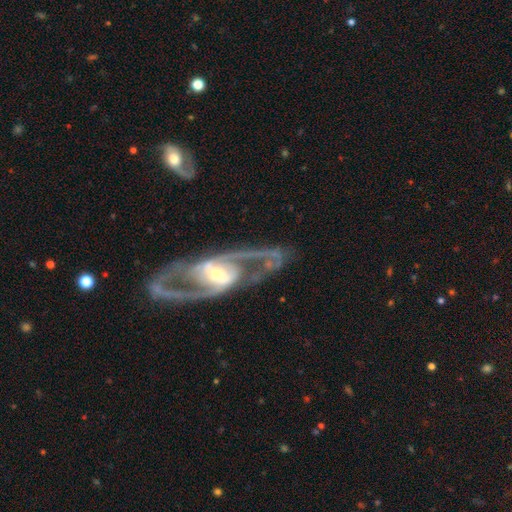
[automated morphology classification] The model was most divided on "bar": weak: 38%, strong: 33%, no: 29%. More confident: spiral arms — yes (93%); spiral arm count — 2 (90%); smooth or featured — featured or disk (90%); edge-on disk — no (89%); merging — none (80%); spiral winding — medium (58%); bulge size — moderate (53%).